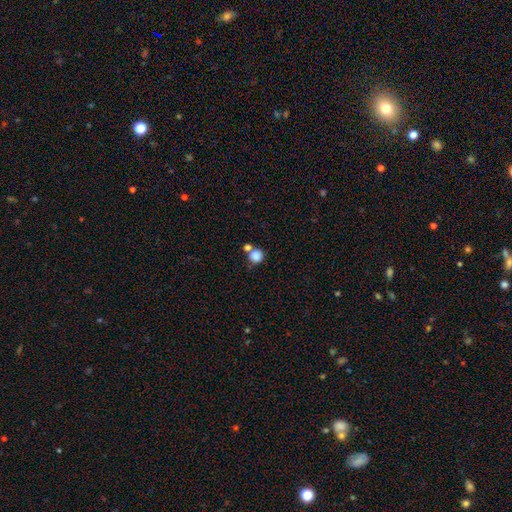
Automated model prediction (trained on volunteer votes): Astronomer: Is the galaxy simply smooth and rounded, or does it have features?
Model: smooth — 84%.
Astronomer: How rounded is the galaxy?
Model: round — 91%.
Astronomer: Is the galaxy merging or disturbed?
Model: none — 53% (runner-up: merger, 34%).